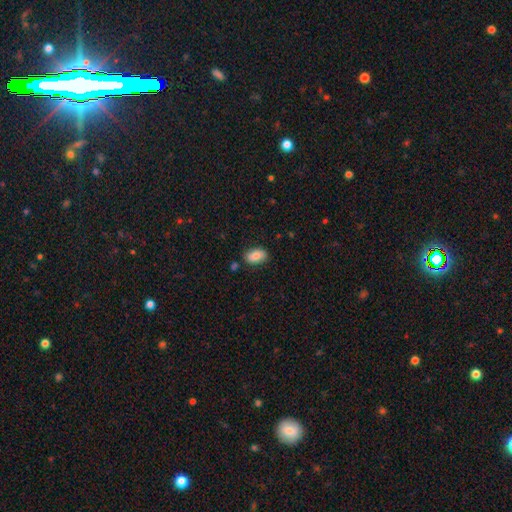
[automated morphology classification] A smooth galaxy with no disk features (82%) that is in between round and cigar-shaped (92%). Merging: none (83%).